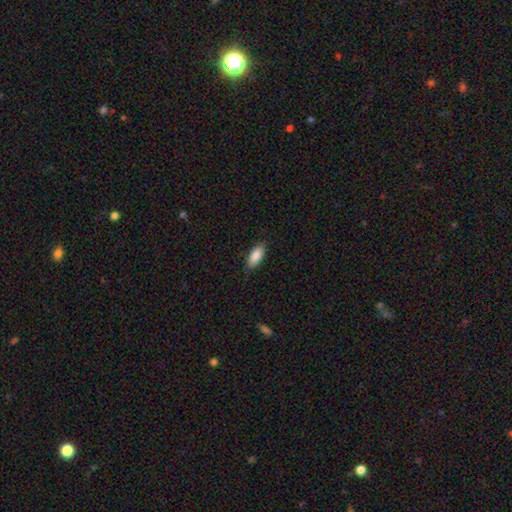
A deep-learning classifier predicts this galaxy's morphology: smooth-or-featured: smooth: 87% | featured or disk: 7% | star or artifact: 6%
  how-rounded: in between: 83% | cigar-shaped: 15% | round: 2%
  merging: none: 85% | minor disturbance: 11% | major disturbance: 2% | merger: 1%